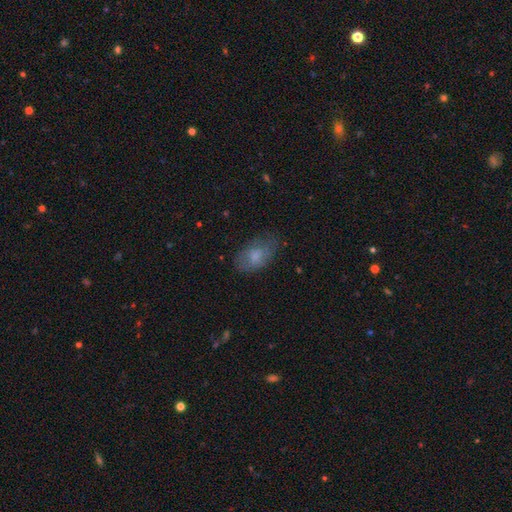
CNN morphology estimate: smooth 70%, featured or disk 22%, star or artifact 8%. Down the decision tree: how rounded — in between (91%); merging — none (64%).